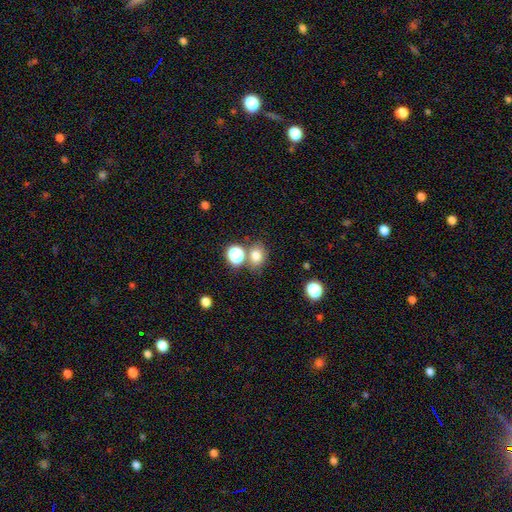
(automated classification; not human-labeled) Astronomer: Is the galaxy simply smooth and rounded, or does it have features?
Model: smooth — 76%.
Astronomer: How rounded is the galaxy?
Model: round — 57% (runner-up: in between, 42%).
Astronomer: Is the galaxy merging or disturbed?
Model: none — 66%.